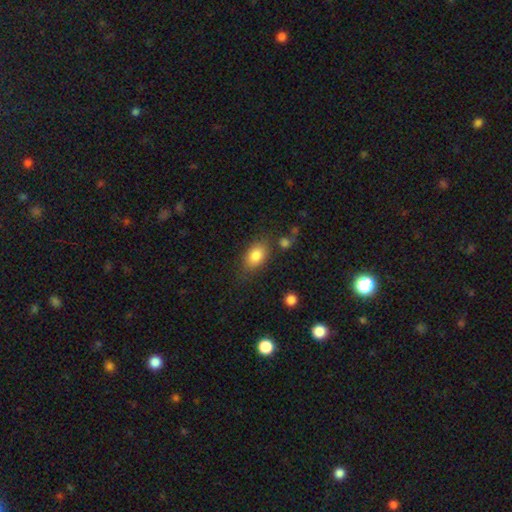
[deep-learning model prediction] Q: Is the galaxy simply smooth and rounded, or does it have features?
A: smooth — 82%.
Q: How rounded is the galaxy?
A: in between — 83%.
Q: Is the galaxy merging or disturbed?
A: none — 71%.